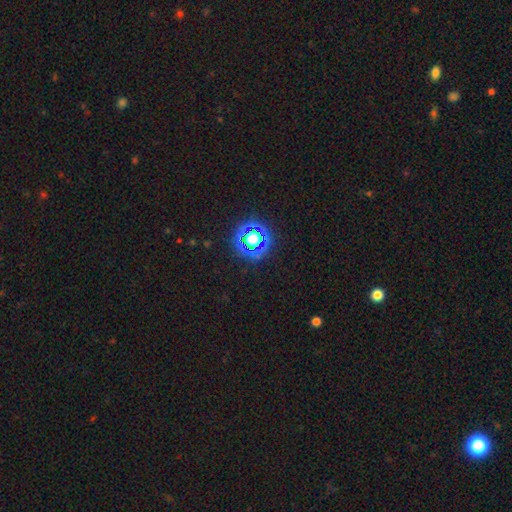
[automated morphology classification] This appears to be a star or artifact, not a galaxy (80%).